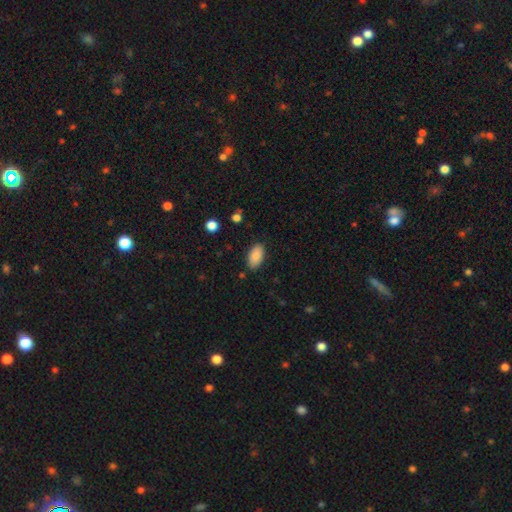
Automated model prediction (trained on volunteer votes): Smooth or featured? smooth (88%)
How rounded? in between (94%)
Merging? none (86%)